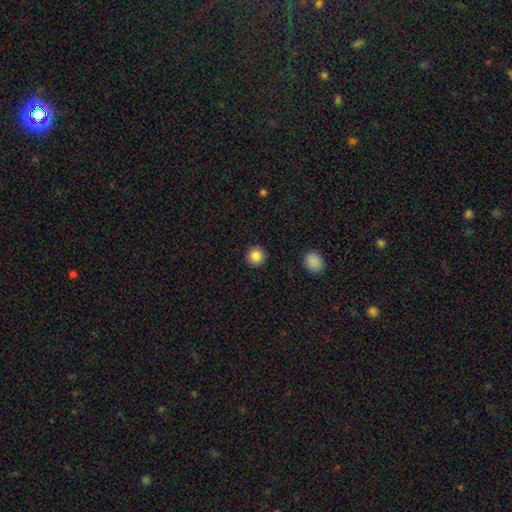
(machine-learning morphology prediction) Smooth or featured? smooth (86%)
How rounded? round (95%)
Merging? none (92%)